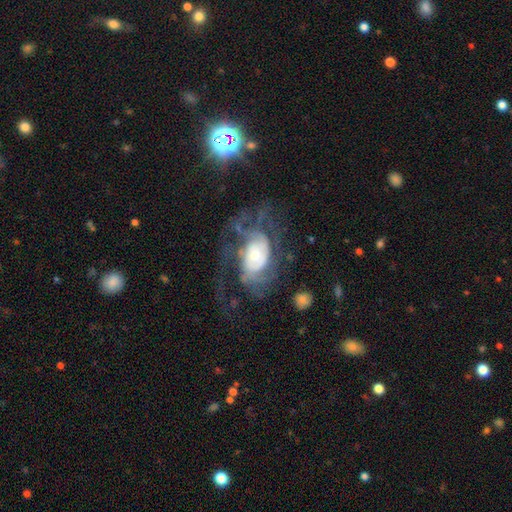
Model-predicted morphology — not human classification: Smooth or featured? Predicted: featured or disk (p=0.82). Edge-on disk? Predicted: no (p=0.96). Bar? Predicted: no (p=0.69). Spiral arms? Predicted: yes (p=0.89). Spiral winding? Predicted: tight (p=0.41). Spiral arm count? Predicted: can't tell (p=0.36). Bulge size? Predicted: moderate (p=0.49). Merging? Predicted: none (p=0.46).